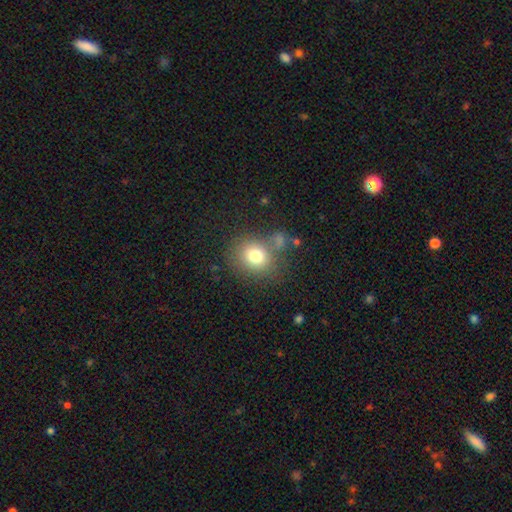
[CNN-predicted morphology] Smooth or featured?
  - smooth: 77% *
  - star or artifact: 12%
  - featured or disk: 11%
How rounded?
  - round: 68% *
  - in between: 31%
  - cigar-shaped: 1%
Merging?
  - none: 68% *
  - minor disturbance: 15%
  - merger: 10%
  - major disturbance: 8%